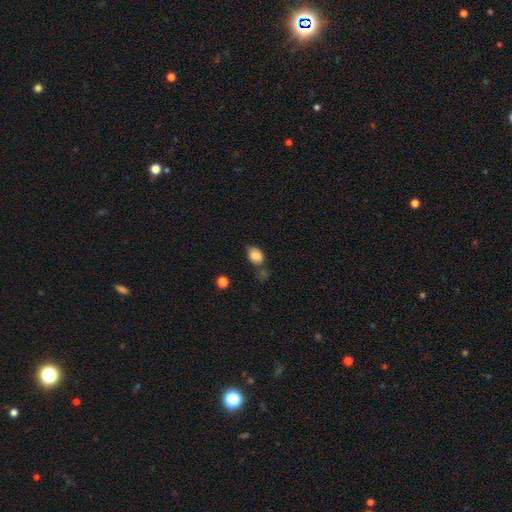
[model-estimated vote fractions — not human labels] Morphology: type=smooth (82%); roundness=in between (77%); merging=none (51%).